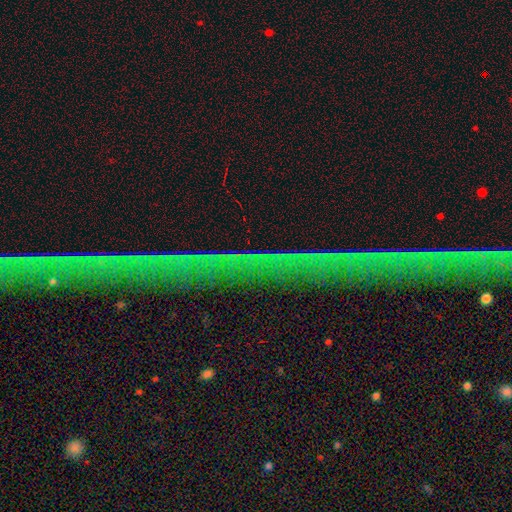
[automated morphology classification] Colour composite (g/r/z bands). It shows a star or artifact, not a galaxy (77%).